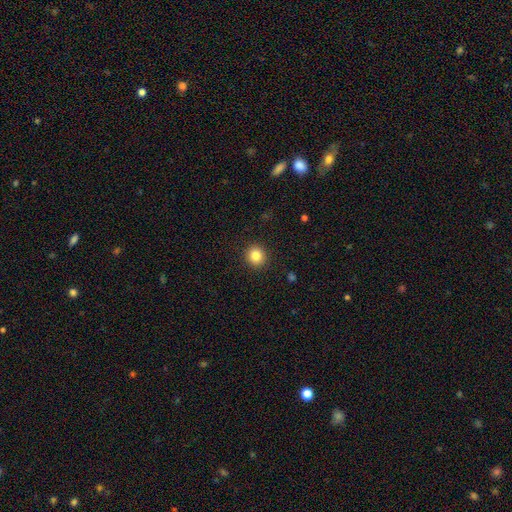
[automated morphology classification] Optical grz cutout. It shows a smooth galaxy with no disk features (84%) that is round (91%). Merging: none (92%).